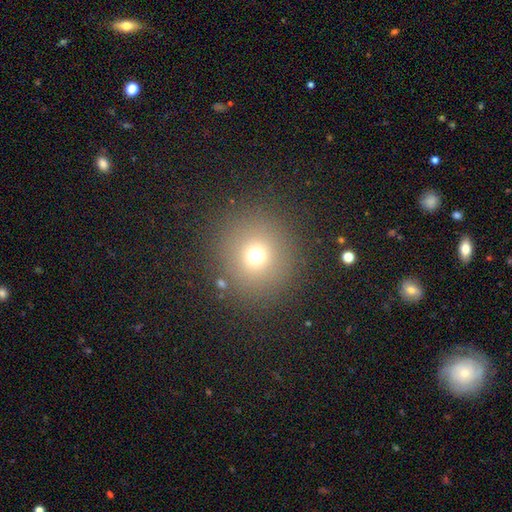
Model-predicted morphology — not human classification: Smooth or featured?
  - smooth: 68% *
  - star or artifact: 22%
  - featured or disk: 9%
How rounded?
  - round: 92% *
  - in between: 7%
  - cigar-shaped: 1%
Merging?
  - none: 87% *
  - minor disturbance: 6%
  - major disturbance: 4%
  - merger: 3%